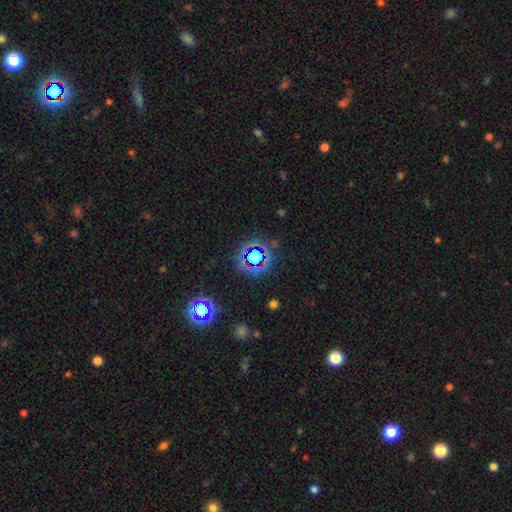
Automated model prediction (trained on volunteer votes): A star or artifact, not a galaxy (62%).

Vote fractions:
- Smooth or featured? star or artifact: 62% / smooth: 27% / featured or disk: 12%